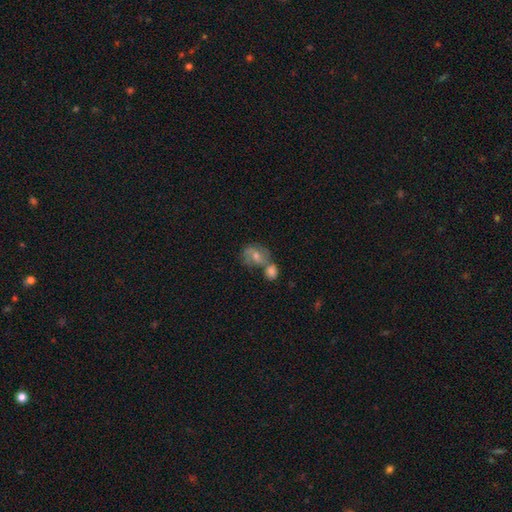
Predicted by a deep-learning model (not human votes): This appears to be a featured or disk galaxy (45%). Merging: merger (43%).